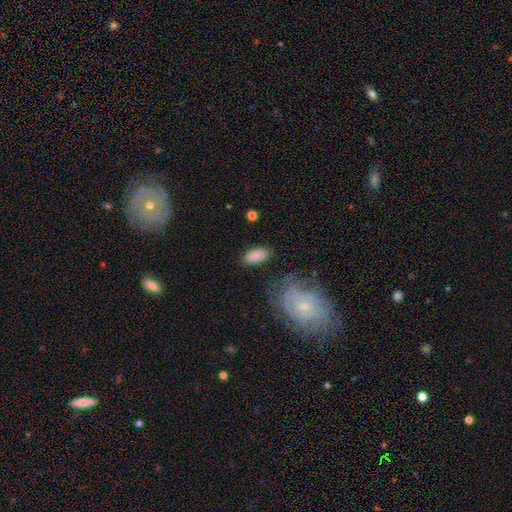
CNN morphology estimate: smooth-or-featured: smooth: 86% | featured or disk: 7% | star or artifact: 7%
  how-rounded: in between: 91% | cigar-shaped: 6% | round: 3%
  merging: none: 81% | minor disturbance: 12% | major disturbance: 4% | merger: 3%